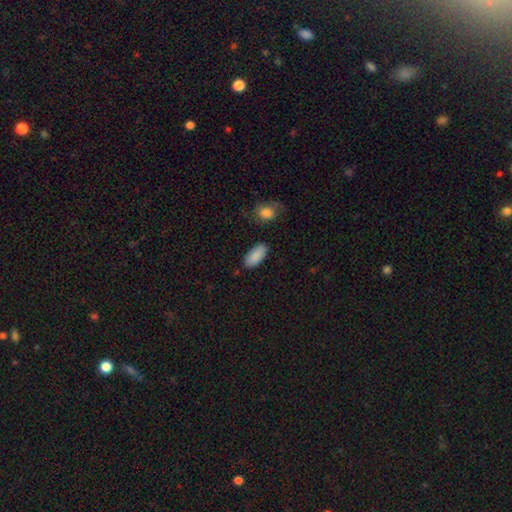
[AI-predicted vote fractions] Overall: smooth (89%). How rounded: in between (90%). Merging: none (84%).